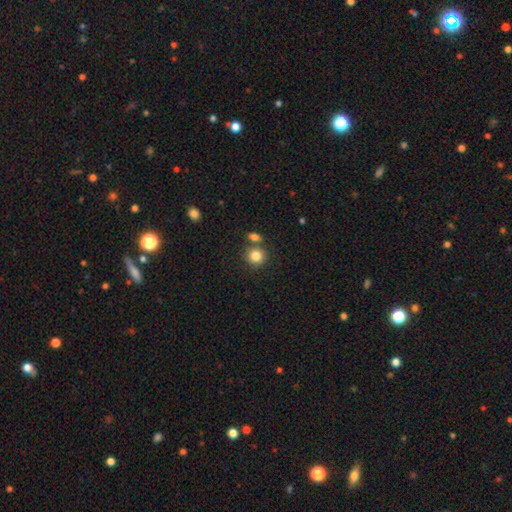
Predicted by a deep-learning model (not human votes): Morphology: type=smooth (84%); roundness=round (86%); merging=none (68%).